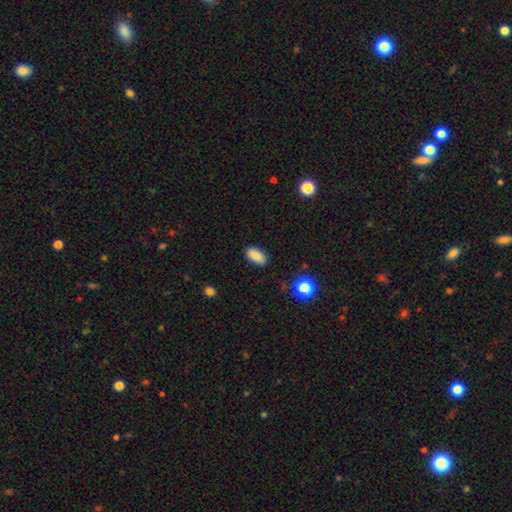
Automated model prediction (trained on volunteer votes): Smooth or featured? smooth (87%)
How rounded? in between (90%)
Merging? none (86%)